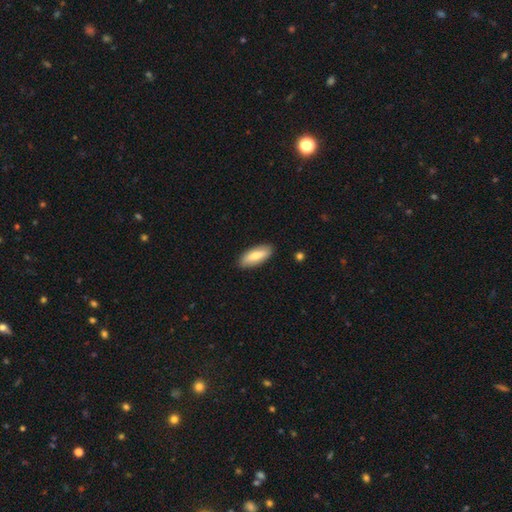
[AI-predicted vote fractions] Smooth or featured: smooth — 77% (featured or disk — 18%)
How rounded: in between — 77% (cigar-shaped — 21%)
Merging: none — 88% (minor disturbance — 9%)